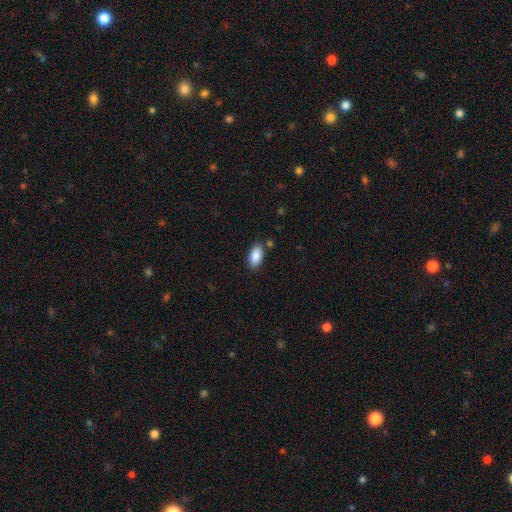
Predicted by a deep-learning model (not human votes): Smooth or featured? smooth (88%)
How rounded? in between (93%)
Merging? none (83%)